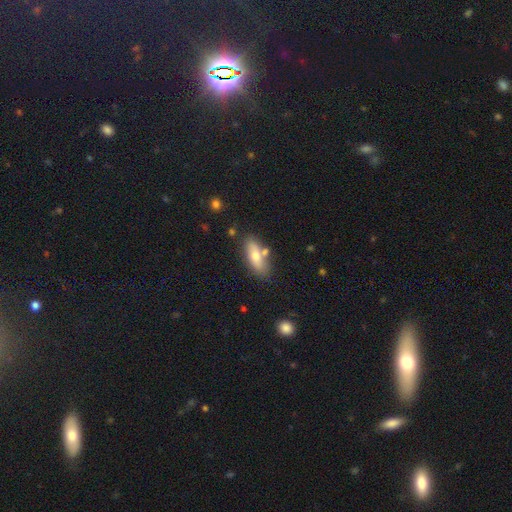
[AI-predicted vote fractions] Smooth or featured? Predicted: smooth (p=0.65). How rounded? Predicted: in between (p=0.67). Merging? Predicted: none (p=0.72).